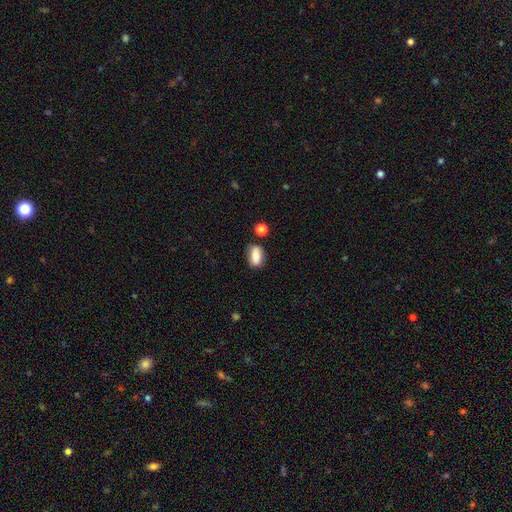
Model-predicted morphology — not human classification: Smooth or featured?
  - smooth: 79% *
  - featured or disk: 13%
  - star or artifact: 9%
How rounded?
  - in between: 84% *
  - round: 10%
  - cigar-shaped: 5%
Merging?
  - none: 70% *
  - minor disturbance: 19%
  - merger: 7%
  - major disturbance: 5%